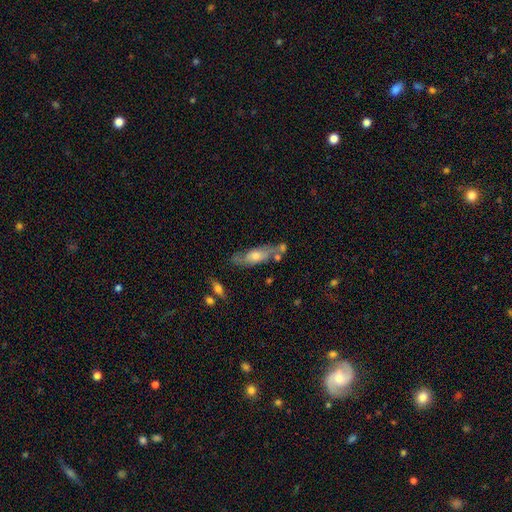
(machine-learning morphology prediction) Smooth or featured? Predicted: featured or disk (p=0.52). Edge-on disk? Predicted: no (p=0.53). Merging? Predicted: none (p=0.62).